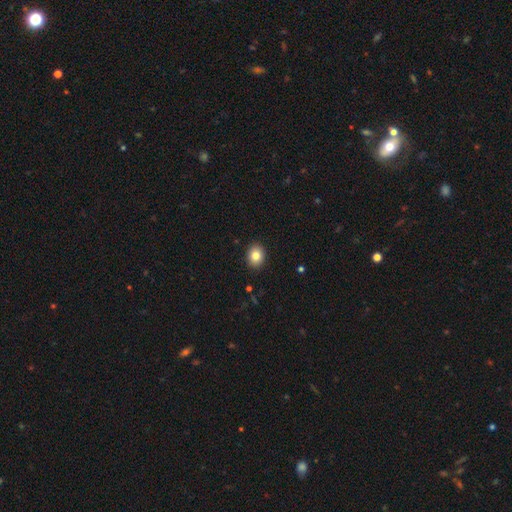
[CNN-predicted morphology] Smooth or featured? Predicted: smooth (p=0.82). How rounded? Predicted: in between (p=0.50). Merging? Predicted: none (p=0.91).